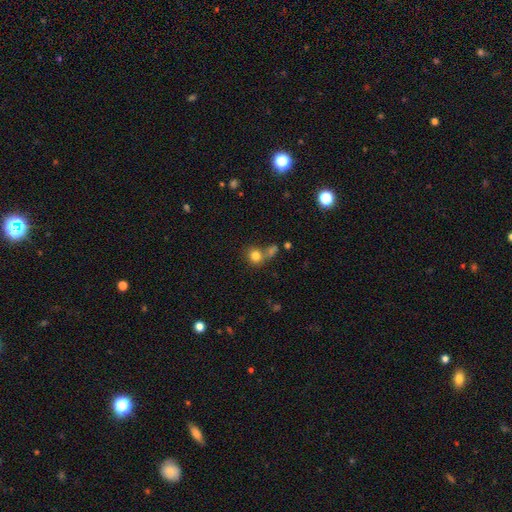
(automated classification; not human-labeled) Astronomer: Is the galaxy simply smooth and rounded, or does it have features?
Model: smooth — 81%.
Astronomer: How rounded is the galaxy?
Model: round — 82%.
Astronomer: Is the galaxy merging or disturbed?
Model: none — 57%.